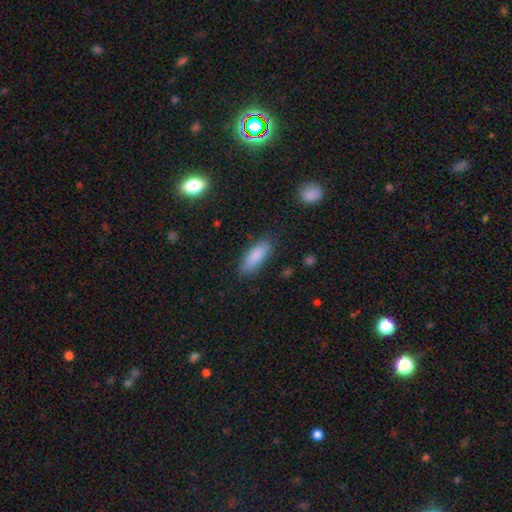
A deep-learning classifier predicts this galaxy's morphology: Smooth or featured? smooth (86%)
How rounded? in between (64%)
Merging? none (82%)